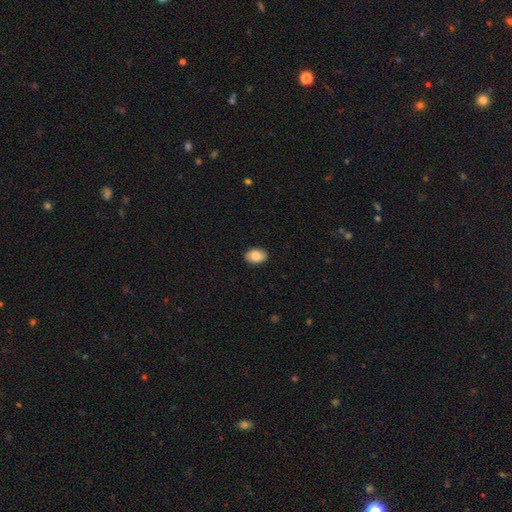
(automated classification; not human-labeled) Overall: smooth (78%). How rounded: in between (84%). Merging: none (88%).